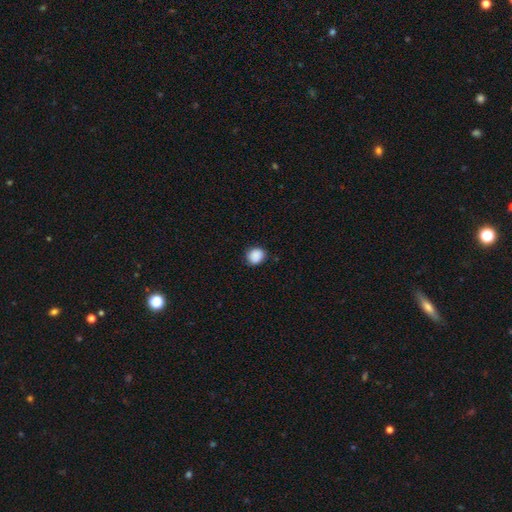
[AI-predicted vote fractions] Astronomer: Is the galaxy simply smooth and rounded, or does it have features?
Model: smooth — 89%.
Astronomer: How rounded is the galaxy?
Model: round — 78%.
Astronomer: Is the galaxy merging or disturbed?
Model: none — 85%.